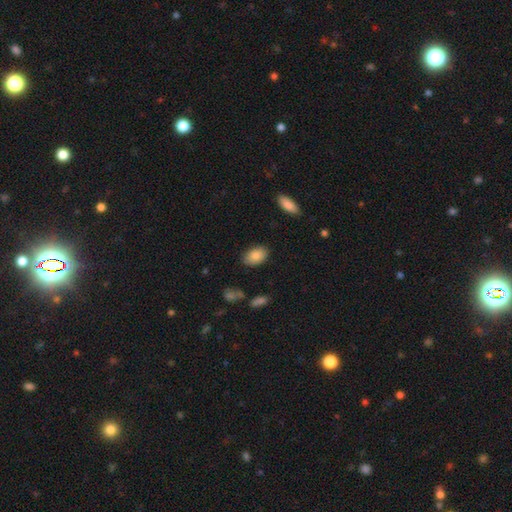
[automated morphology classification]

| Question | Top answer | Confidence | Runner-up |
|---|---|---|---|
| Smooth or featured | smooth | 85% | featured or disk (8%) |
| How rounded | in between | 90% | round (9%) |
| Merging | none | 84% | minor disturbance (12%) |